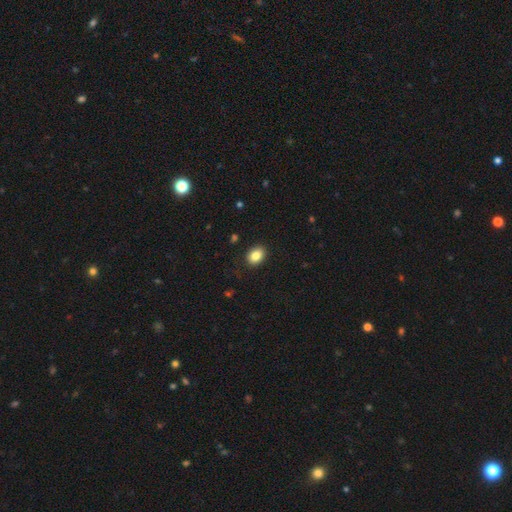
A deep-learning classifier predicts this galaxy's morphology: smooth-or-featured: smooth: 86% | star or artifact: 9% | featured or disk: 6%
  how-rounded: in between: 68% | round: 31% | cigar-shaped: 1%
  merging: none: 89% | minor disturbance: 8% | major disturbance: 2% | merger: 1%